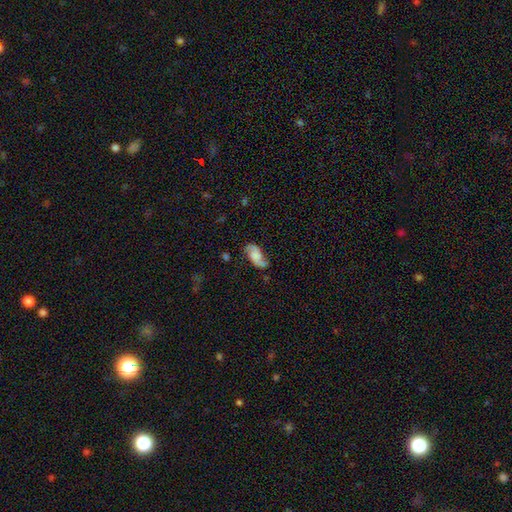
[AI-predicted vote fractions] This is likely a featured or disk galaxy (76%). It is clearly not viewed edge-on (97%). Bar: likely no (61%). Spiral arm pattern: clearly yes (95%). Spiral arm count: clearly 2 (92%). Spiral winding: possibly loose (54%). Central bulge: possibly none (50%). Merging: likely none (70%).